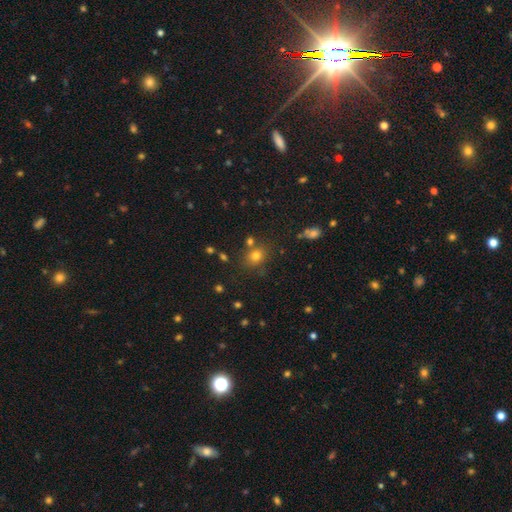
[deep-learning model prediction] smooth_or_featured: smooth (p=0.74) [alt: star or artifact p=0.18]
how_rounded: round (p=0.58) [alt: in between p=0.41]
merging: none (p=0.74) [alt: minor disturbance p=0.12]